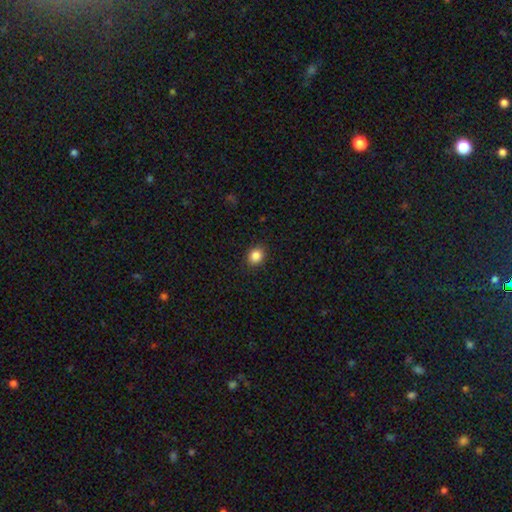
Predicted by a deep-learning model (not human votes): smooth-or-featured: smooth: 86% | star or artifact: 10% | featured or disk: 4%
  how-rounded: round: 62% | in between: 37% | cigar-shaped: 1%
  merging: none: 90% | minor disturbance: 7% | major disturbance: 2% | merger: 1%